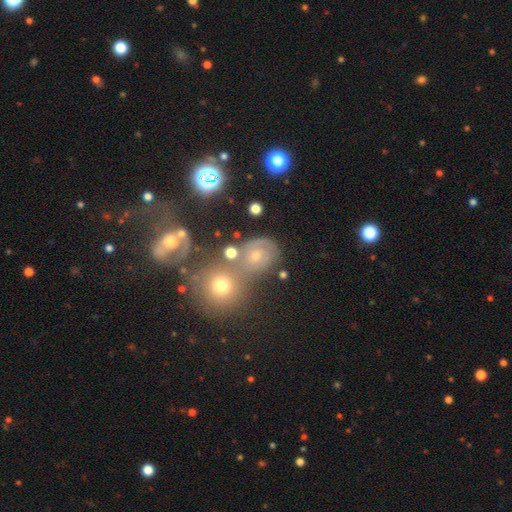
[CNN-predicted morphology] Smooth or featured? Predicted: featured or disk (p=0.45). Merging? Predicted: none (p=0.46).